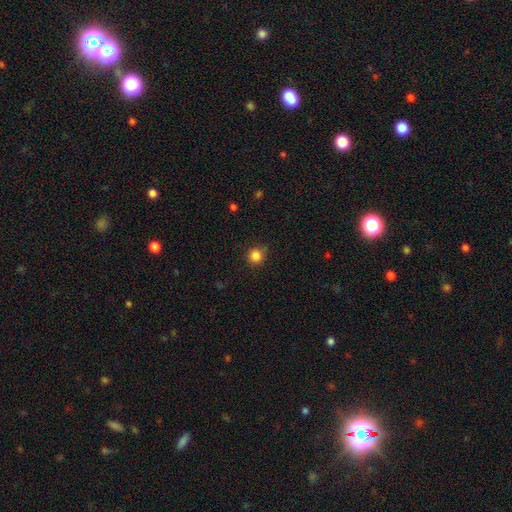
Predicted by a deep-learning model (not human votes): A smooth galaxy with no disk features (85%) that is round (93%). Merging: none (85%).